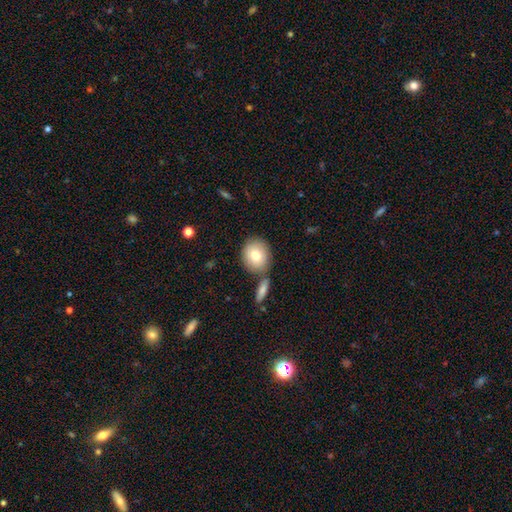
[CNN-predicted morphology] A smooth galaxy with no disk features (76%) that is round (68%). Merging: none (70%).